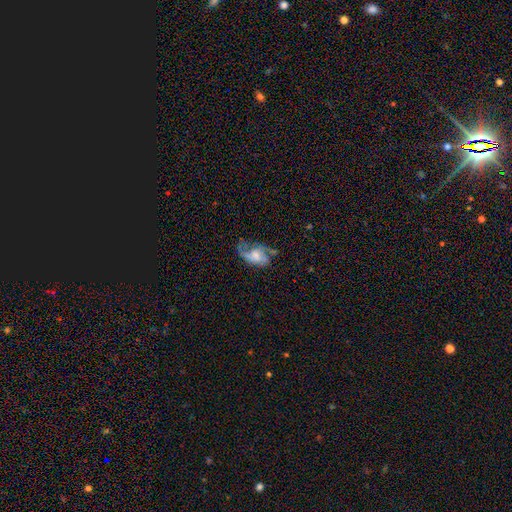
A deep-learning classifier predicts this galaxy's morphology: Smooth or featured? Predicted: featured or disk (p=0.63). Edge-on disk? Predicted: no (p=0.96). Bar? Predicted: no (p=0.63). Spiral arms? Predicted: yes (p=0.80). Bulge size? Predicted: moderate (p=0.40). Merging? Predicted: none (p=0.39).